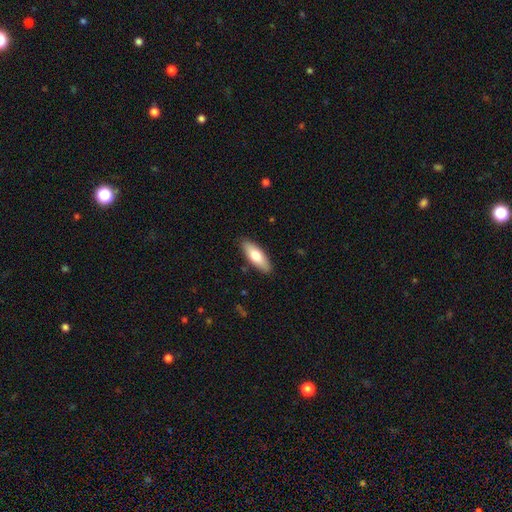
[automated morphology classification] A smooth galaxy with no disk features (71%) that is in between round and cigar-shaped (64%). Merging: none (88%).